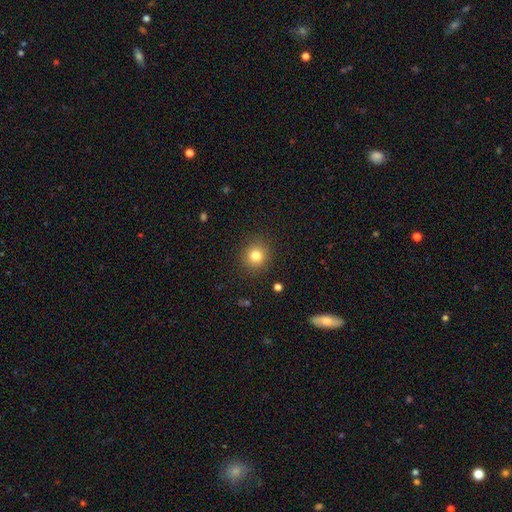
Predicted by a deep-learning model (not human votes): smooth-or-featured: smooth: 81% | star or artifact: 12% | featured or disk: 7%
  how-rounded: round: 89% | in between: 10% | cigar-shaped: 1%
  merging: none: 90% | minor disturbance: 7% | major disturbance: 2% | merger: 1%